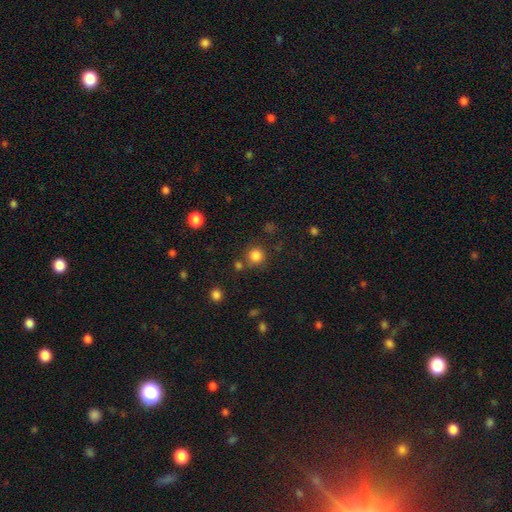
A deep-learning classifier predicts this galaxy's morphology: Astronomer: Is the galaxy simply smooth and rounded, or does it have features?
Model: smooth — 83%.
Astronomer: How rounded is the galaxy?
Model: round — 92%.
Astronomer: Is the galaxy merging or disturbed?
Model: none — 77%.